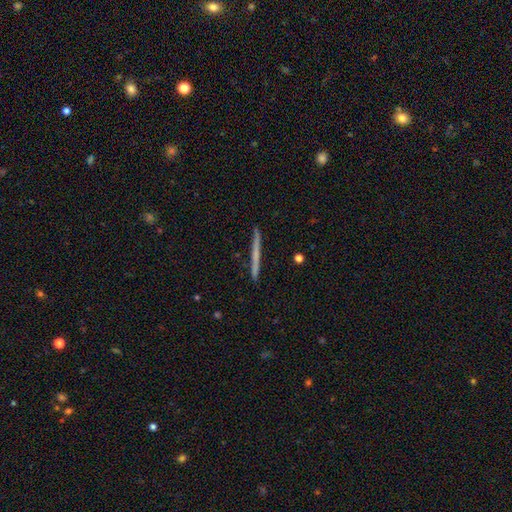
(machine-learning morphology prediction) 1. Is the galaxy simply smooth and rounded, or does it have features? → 48% featured or disk, 46% smooth, 6% star or artifact.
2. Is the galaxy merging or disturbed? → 92% none, 6% minor disturbance, 1% major disturbance, 1% merger.